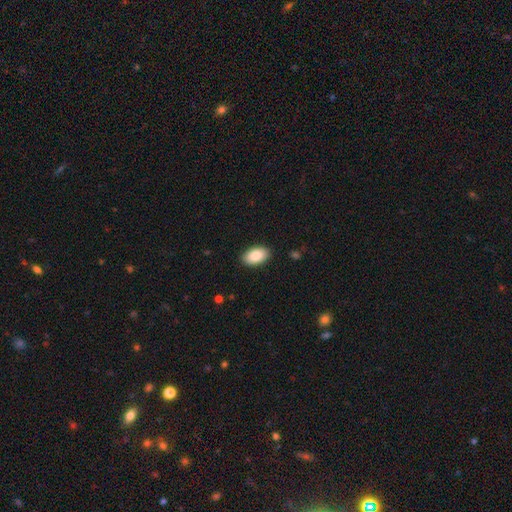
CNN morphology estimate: smooth-or-featured: smooth: 88% | star or artifact: 6% | featured or disk: 6%
  how-rounded: in between: 94% | round: 5% | cigar-shaped: 1%
  merging: none: 89% | minor disturbance: 8% | major disturbance: 2% | merger: 1%